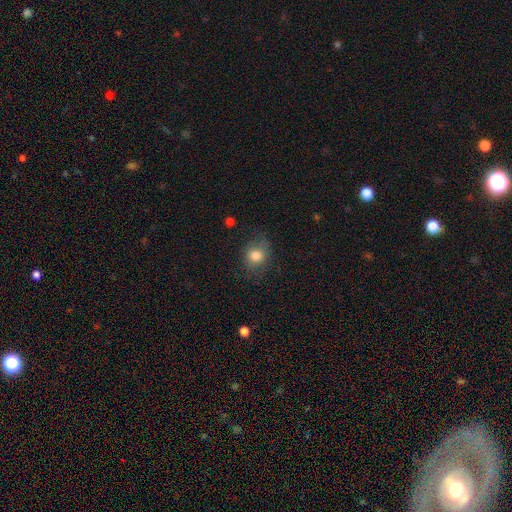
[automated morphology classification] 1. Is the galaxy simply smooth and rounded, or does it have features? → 79% smooth, 10% featured or disk, 10% star or artifact.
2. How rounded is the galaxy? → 63% round, 36% in between, 1% cigar-shaped.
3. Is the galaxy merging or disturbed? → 71% none, 20% minor disturbance, 8% major disturbance, 1% merger.